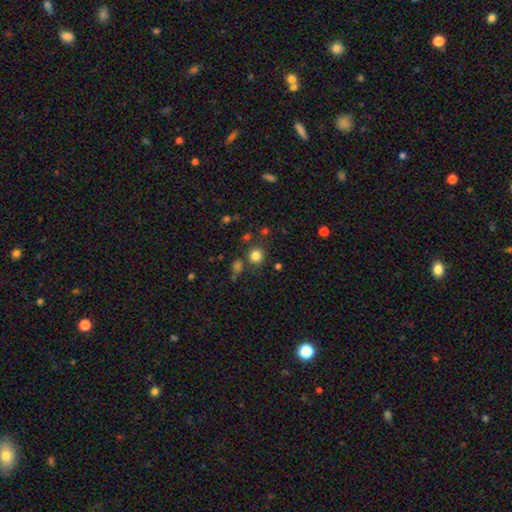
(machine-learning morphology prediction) A smooth galaxy with no disk features (81%) that is round (92%). Merging: none (81%).